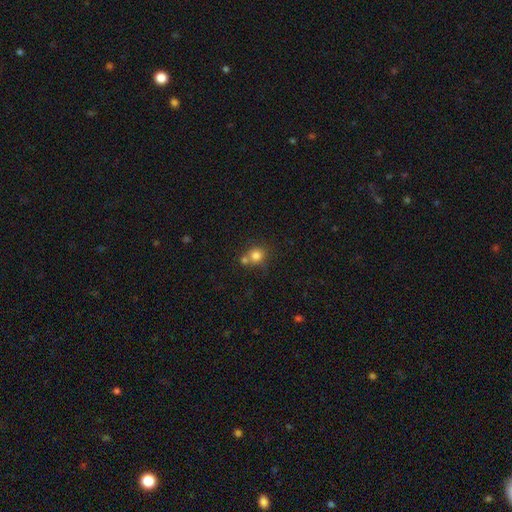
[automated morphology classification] This appears to be a smooth galaxy with no disk features (80%) that is round (86%). Merging: none (53%).